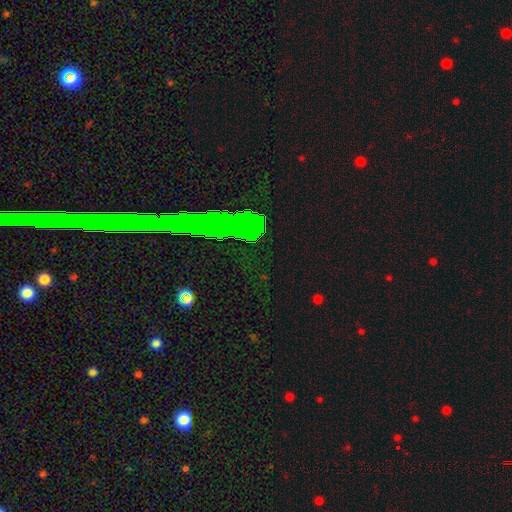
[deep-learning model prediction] Smooth or featured: star or artifact — 64% (featured or disk — 22%)